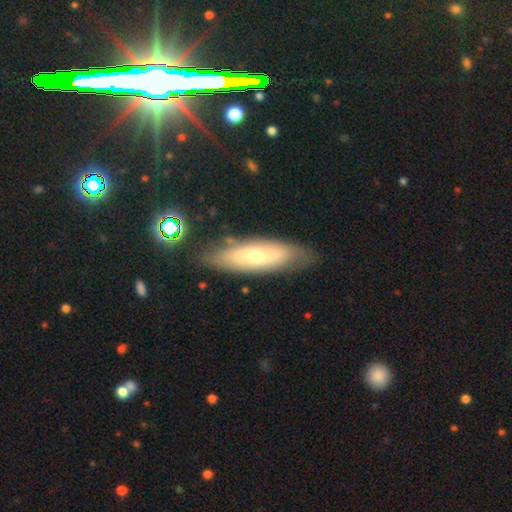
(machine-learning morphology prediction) This appears to be a featured or disk galaxy (57%). Merging: none (80%).